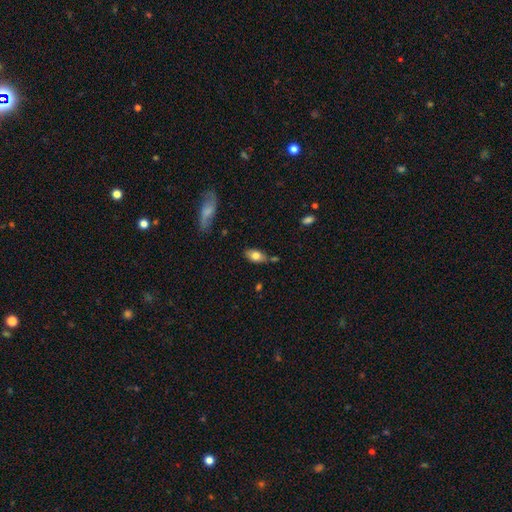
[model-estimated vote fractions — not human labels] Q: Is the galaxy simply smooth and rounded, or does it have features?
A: smooth — 75%.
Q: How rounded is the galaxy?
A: in between — 89%.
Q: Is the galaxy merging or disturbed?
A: none — 67%.